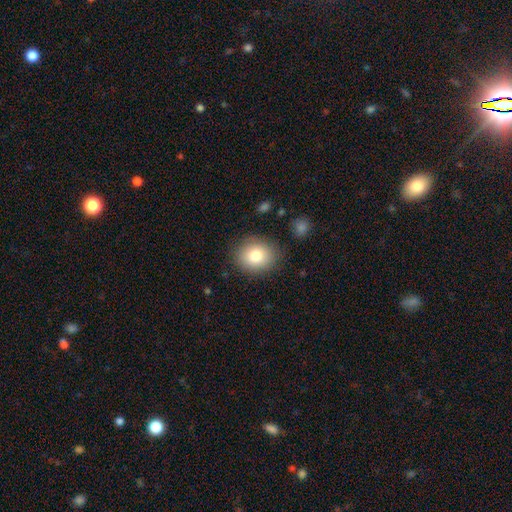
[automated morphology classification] A smooth galaxy with no disk features (80%) that is round (66%).

Vote fractions:
- Smooth or featured? smooth: 80% / featured or disk: 11% / star or artifact: 9%
- How rounded? round: 66% / in between: 33% / cigar-shaped: 1%
- Merging? none: 85% / minor disturbance: 10% / major disturbance: 3% / merger: 2%